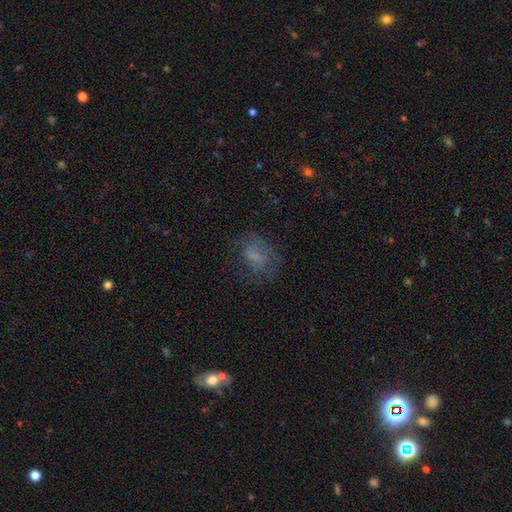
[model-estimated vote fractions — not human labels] Smooth or featured?
  - smooth: 51% *
  - featured or disk: 31%
  - star or artifact: 18%
How rounded?
  - in between: 65% *
  - round: 33%
  - cigar-shaped: 2%
Merging?
  - none: 54% *
  - major disturbance: 24%
  - minor disturbance: 21%
  - merger: 2%